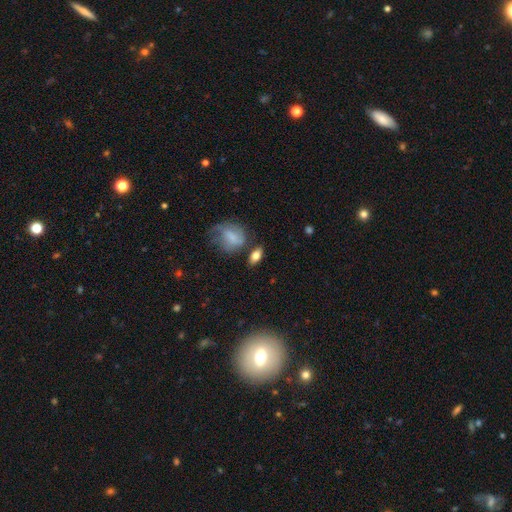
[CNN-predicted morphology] This is likely a smooth galaxy (76%). How rounded: clearly in between (82%). Merging: likely none (71%).